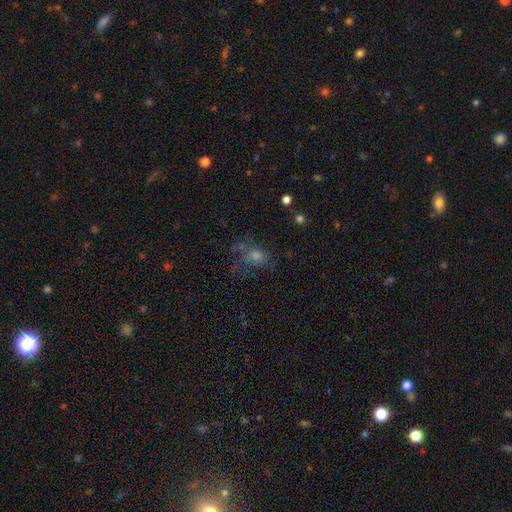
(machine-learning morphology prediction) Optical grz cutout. It shows a smooth galaxy with no disk features (46%). Merging: none (49%).